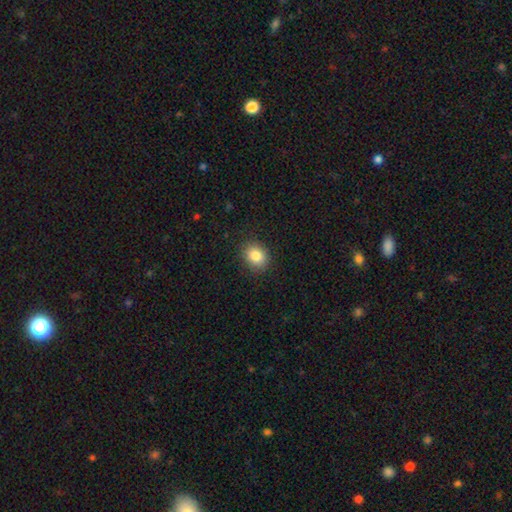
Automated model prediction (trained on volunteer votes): smooth-or-featured: smooth: 84% | star or artifact: 10% | featured or disk: 6%
  how-rounded: round: 55% | in between: 44% | cigar-shaped: 1%
  merging: none: 88% | minor disturbance: 9% | major disturbance: 2% | merger: 1%